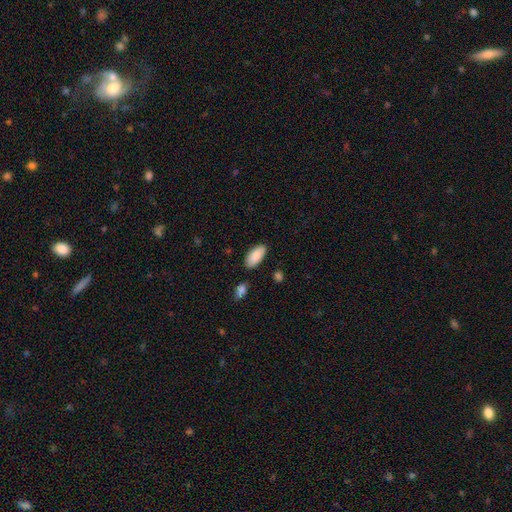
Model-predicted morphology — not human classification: type=smooth (89%); roundness=in between (93%); merging=none (84%).